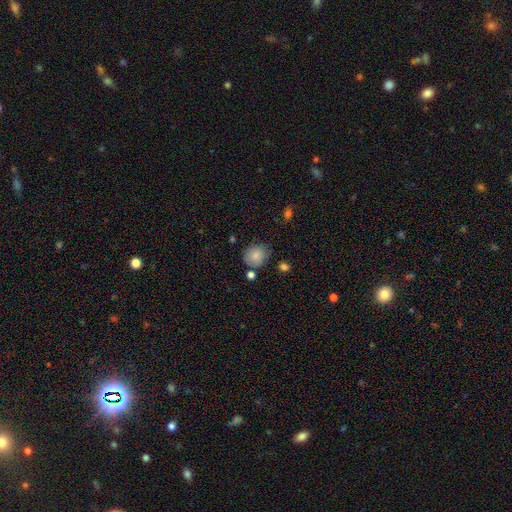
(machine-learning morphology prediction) smooth-or-featured: smooth: 84% | star or artifact: 9% | featured or disk: 7%
  how-rounded: round: 80% | in between: 19% | cigar-shaped: 1%
  merging: none: 74% | minor disturbance: 16% | merger: 6% | major disturbance: 4%